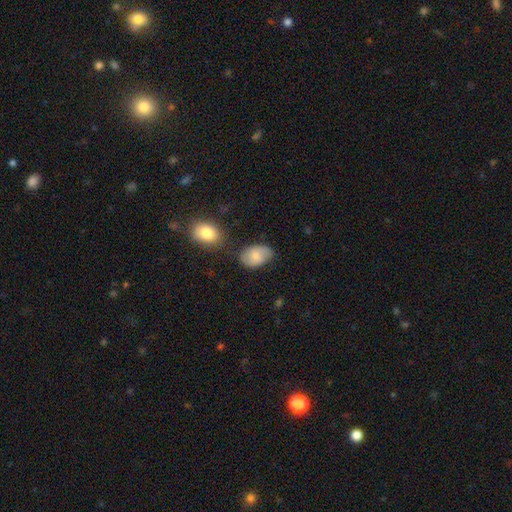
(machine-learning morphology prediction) Smooth or featured? Predicted: smooth (p=0.79). How rounded? Predicted: in between (p=0.88). Merging? Predicted: none (p=0.65).